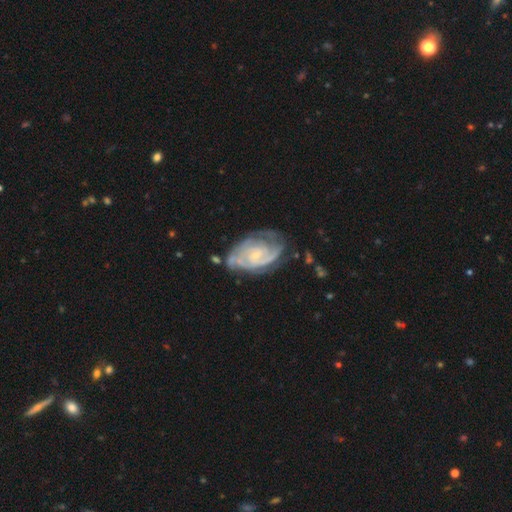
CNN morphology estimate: Overall: featured or disk (86%). Edge-on disk: no (97%). Bar: no (63%; weak 31%). Spiral arms: yes (94%). Spiral arm count: 2 (37%; can't tell 29%). Spiral winding: tight (62%; medium 31%). Bulge size: small (74%). Merging: none (58%; minor disturbance 25%).